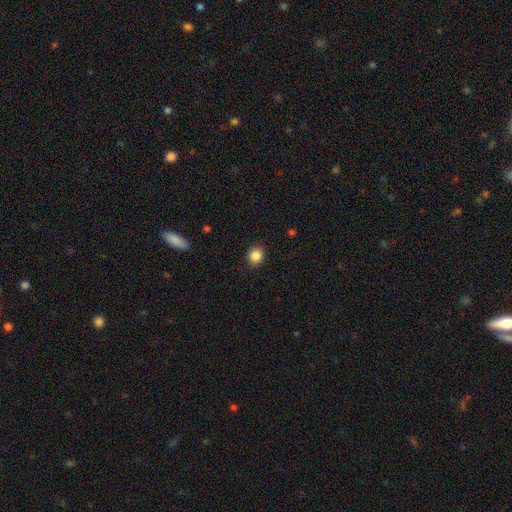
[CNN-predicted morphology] Q: Smooth or featured?
A: smooth (86%); runner-up: star or artifact (10%)
Q: How rounded?
A: round (84%); runner-up: in between (15%)
Q: Merging?
A: none (90%); runner-up: minor disturbance (7%)